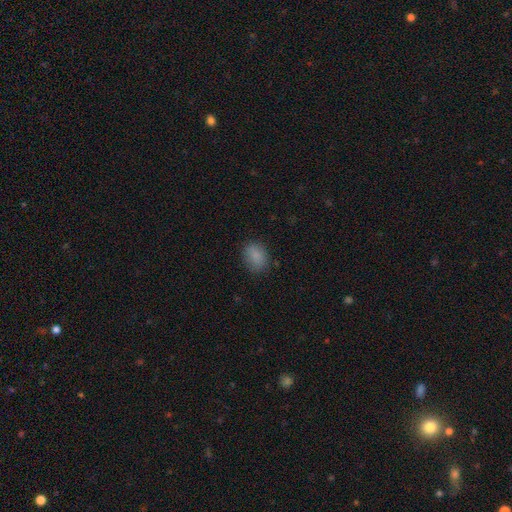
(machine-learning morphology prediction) smooth 86%, star or artifact 9%, featured or disk 5%. Down the decision tree: how rounded — in between (68%); merging — none (81%).